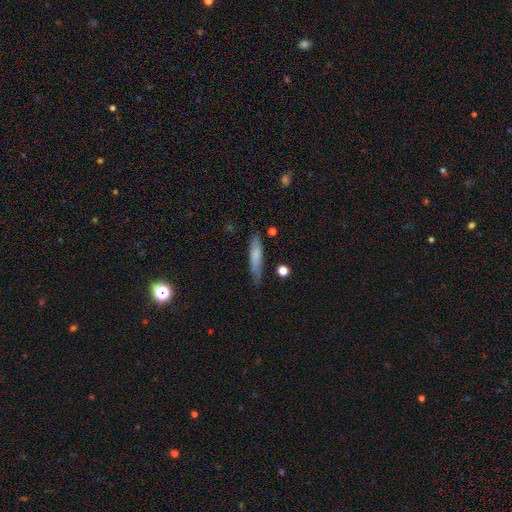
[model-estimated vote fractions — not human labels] smooth_or_featured: smooth (p=0.73) [alt: featured or disk p=0.20]
how_rounded: cigar-shaped (p=0.82) [alt: in between p=0.17]
merging: none (p=0.73) [alt: minor disturbance p=0.21]